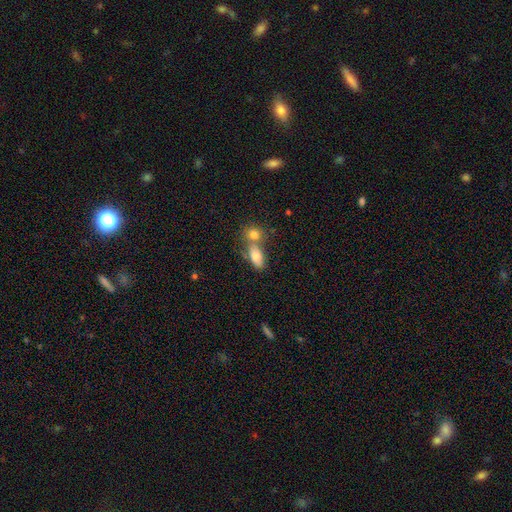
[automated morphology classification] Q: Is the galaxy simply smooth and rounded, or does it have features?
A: smooth — 78%.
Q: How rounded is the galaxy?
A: in between — 86%.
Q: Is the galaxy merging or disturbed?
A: merger — 45%.